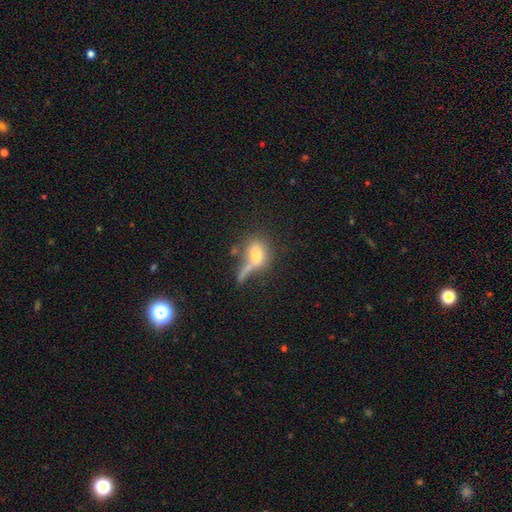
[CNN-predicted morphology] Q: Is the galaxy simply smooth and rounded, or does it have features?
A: smooth — 65%.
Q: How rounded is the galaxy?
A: in between — 58%.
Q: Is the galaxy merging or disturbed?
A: none — 29%.